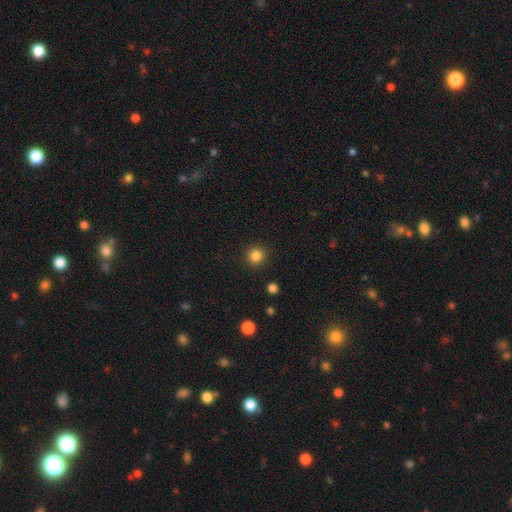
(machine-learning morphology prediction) Smooth or featured?
  - smooth: 85% *
  - star or artifact: 12%
  - featured or disk: 3%
How rounded?
  - round: 93% *
  - in between: 6%
  - cigar-shaped: 1%
Merging?
  - none: 90% *
  - minor disturbance: 6%
  - major disturbance: 3%
  - merger: 2%